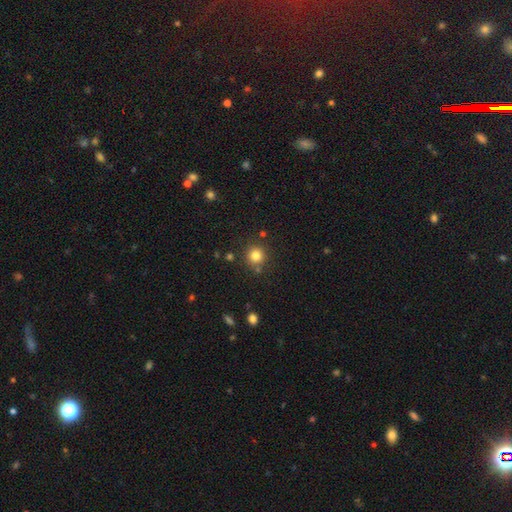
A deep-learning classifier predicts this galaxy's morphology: Q: Smooth or featured?
A: smooth (82%); runner-up: star or artifact (13%)
Q: How rounded?
A: round (94%); runner-up: in between (5%)
Q: Merging?
A: none (85%); runner-up: minor disturbance (7%)